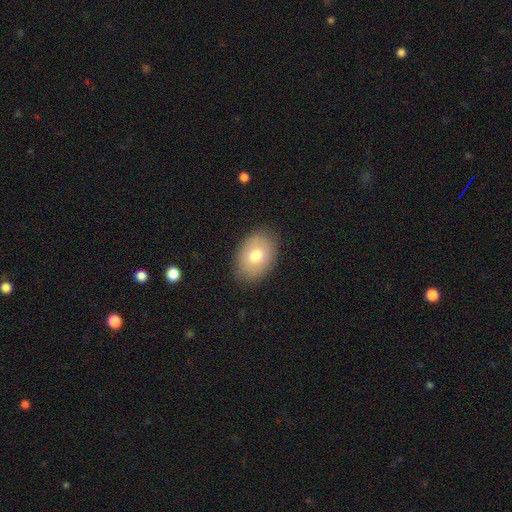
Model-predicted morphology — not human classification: A smooth galaxy with no disk features (74%) that is in between round and cigar-shaped (77%). Merging: none (86%).